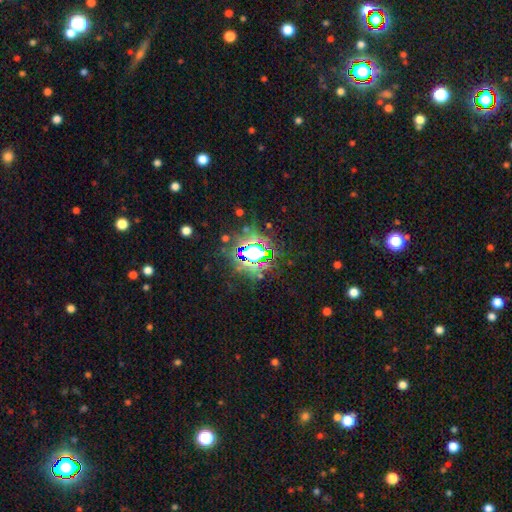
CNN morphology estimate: A star or artifact, not a galaxy (82%).